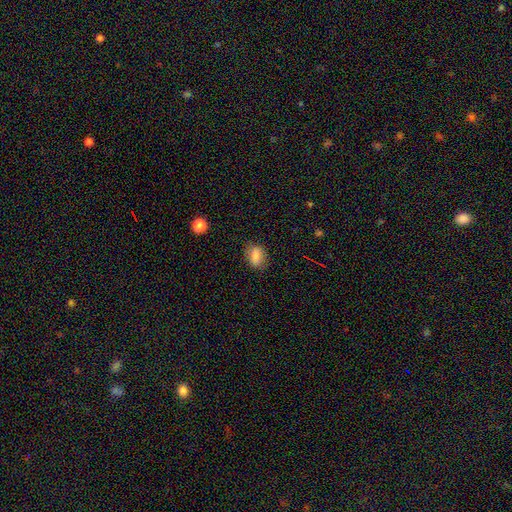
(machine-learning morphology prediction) This appears to be a smooth galaxy with no disk features (81%) that is in between round and cigar-shaped (77%). Merging: none (77%).